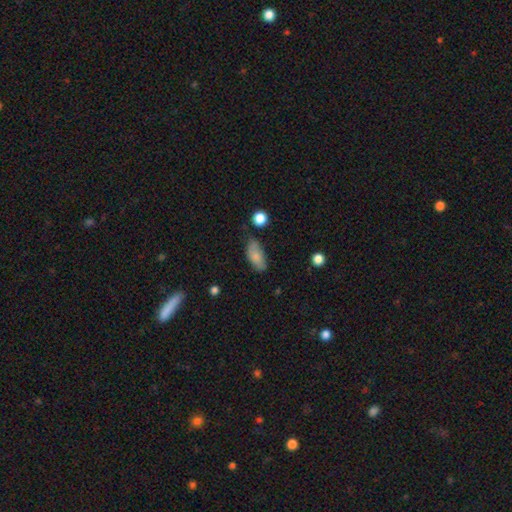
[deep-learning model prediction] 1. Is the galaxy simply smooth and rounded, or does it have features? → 78% smooth, 14% featured or disk, 7% star or artifact.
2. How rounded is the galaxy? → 88% in between, 9% cigar-shaped, 3% round.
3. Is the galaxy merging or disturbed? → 62% none, 28% minor disturbance, 7% major disturbance, 4% merger.